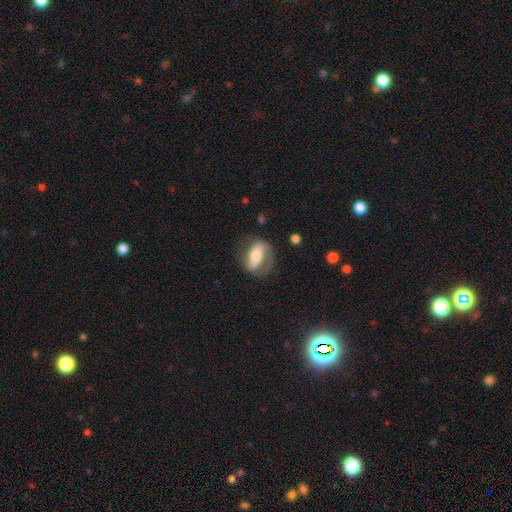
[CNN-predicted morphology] Smooth or featured? featured or disk (58%)
Edge-on disk? no (87%)
Bar? strong (54%)
Spiral arms? yes (65%)
Bulge size? moderate (58%)
Merging? none (61%)